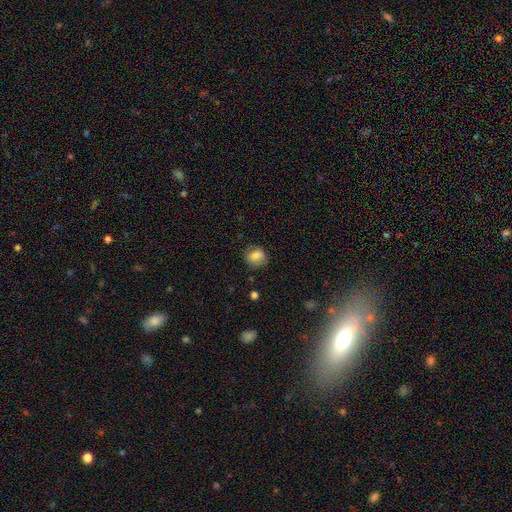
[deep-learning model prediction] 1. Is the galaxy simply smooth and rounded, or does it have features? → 76% smooth, 15% featured or disk, 9% star or artifact.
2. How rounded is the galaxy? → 64% round, 35% in between, 1% cigar-shaped.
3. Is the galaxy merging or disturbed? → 74% none, 18% minor disturbance, 6% major disturbance, 1% merger.